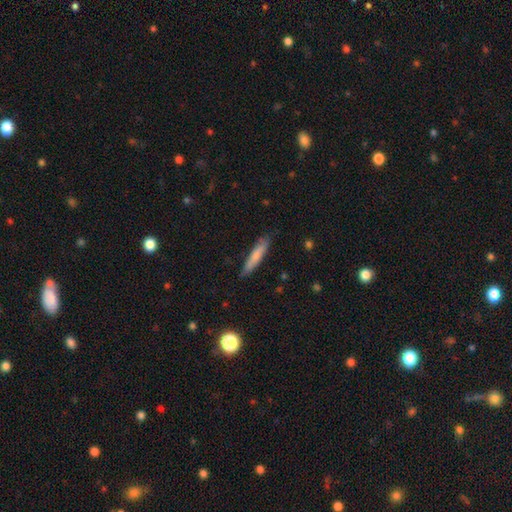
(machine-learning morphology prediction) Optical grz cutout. It shows a smooth galaxy with no disk features (74%) that is cigar-shaped (87%). Merging: none (80%).